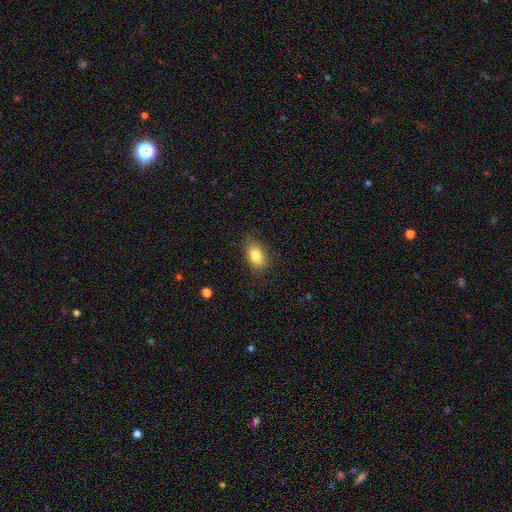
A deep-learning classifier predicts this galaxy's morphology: Smooth or featured?
  - smooth: 83% *
  - featured or disk: 9%
  - star or artifact: 8%
How rounded?
  - in between: 87% *
  - round: 11%
  - cigar-shaped: 2%
Merging?
  - none: 78% *
  - minor disturbance: 17%
  - major disturbance: 4%
  - merger: 1%